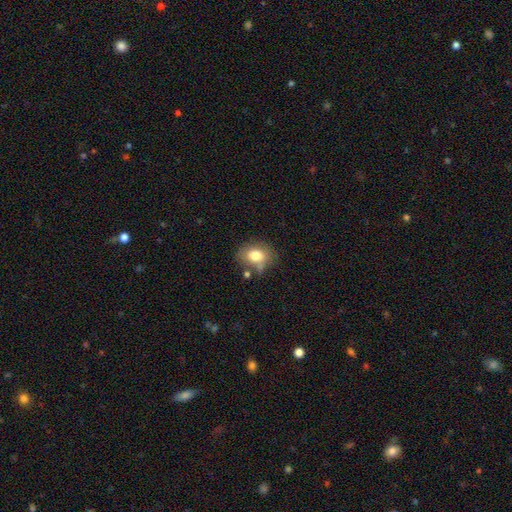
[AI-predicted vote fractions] This is likely a smooth galaxy (76%). How rounded: possibly in between (59%). Merging: likely none (60%).